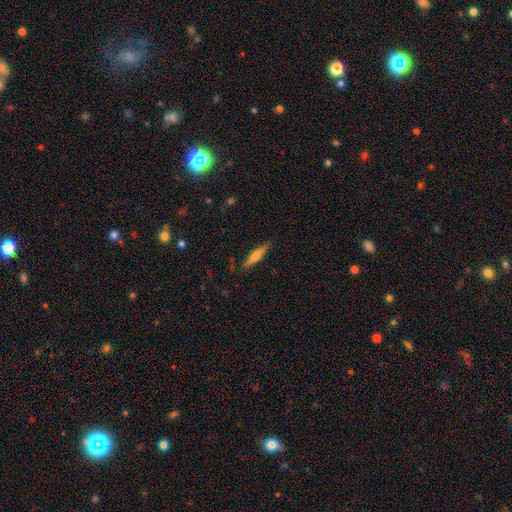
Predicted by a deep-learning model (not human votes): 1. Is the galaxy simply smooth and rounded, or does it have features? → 53% featured or disk, 41% smooth, 6% star or artifact.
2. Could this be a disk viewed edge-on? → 97% yes, 3% no.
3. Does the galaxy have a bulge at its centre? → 79% rounded, 11% boxy, 11% none.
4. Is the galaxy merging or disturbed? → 89% none, 8% minor disturbance, 2% major disturbance, 1% merger.